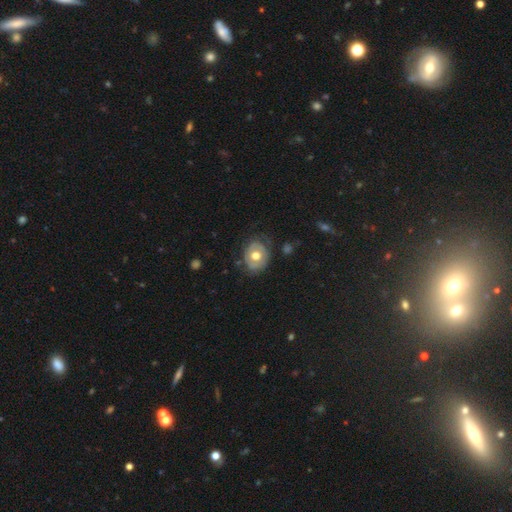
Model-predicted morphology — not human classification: smooth 50%, featured or disk 43%, star or artifact 7%. Down the decision tree: merging — none (70%).